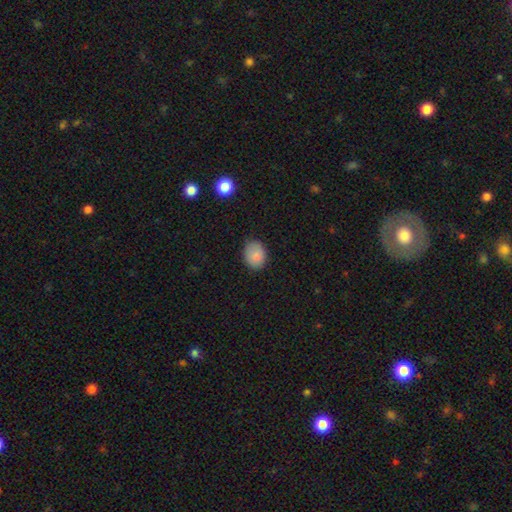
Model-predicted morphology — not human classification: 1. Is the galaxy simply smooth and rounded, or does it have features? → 84% smooth, 8% star or artifact, 8% featured or disk.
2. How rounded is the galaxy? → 58% in between, 41% round, 1% cigar-shaped.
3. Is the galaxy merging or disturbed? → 77% none, 18% minor disturbance, 3% major disturbance, 1% merger.